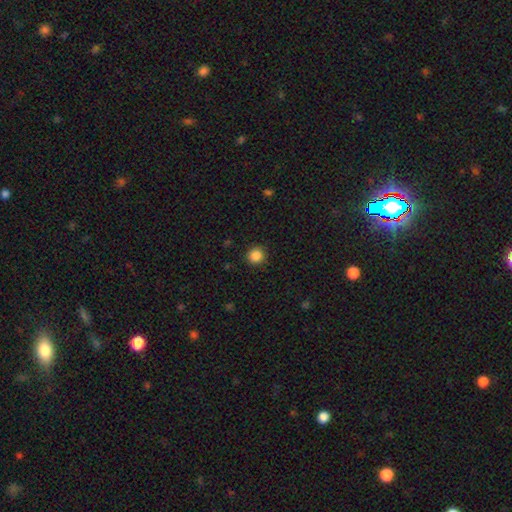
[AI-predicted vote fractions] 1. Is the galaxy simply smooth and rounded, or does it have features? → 87% smooth, 11% star or artifact, 3% featured or disk.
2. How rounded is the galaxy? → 94% round, 5% in between, 1% cigar-shaped.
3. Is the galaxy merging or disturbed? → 90% none, 6% minor disturbance, 2% major disturbance, 1% merger.